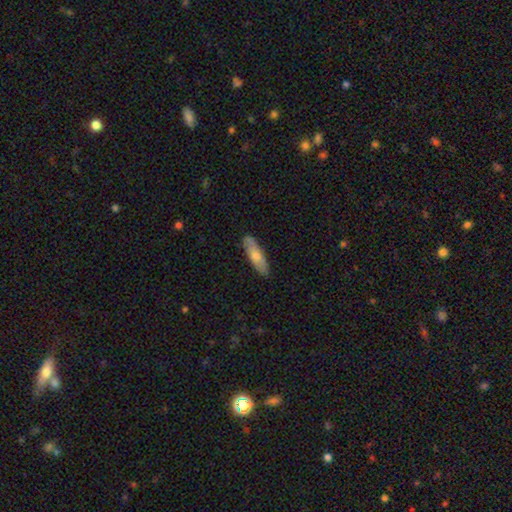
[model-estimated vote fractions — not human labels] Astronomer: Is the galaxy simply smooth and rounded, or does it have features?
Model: smooth — 64%.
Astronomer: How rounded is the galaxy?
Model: cigar-shaped — 59% (runner-up: in between, 39%).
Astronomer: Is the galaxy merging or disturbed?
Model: none — 87%.